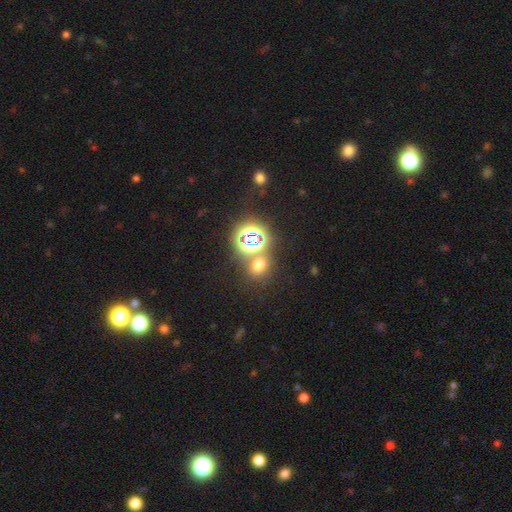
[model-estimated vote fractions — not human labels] Morphology: type=star or artifact (67%).